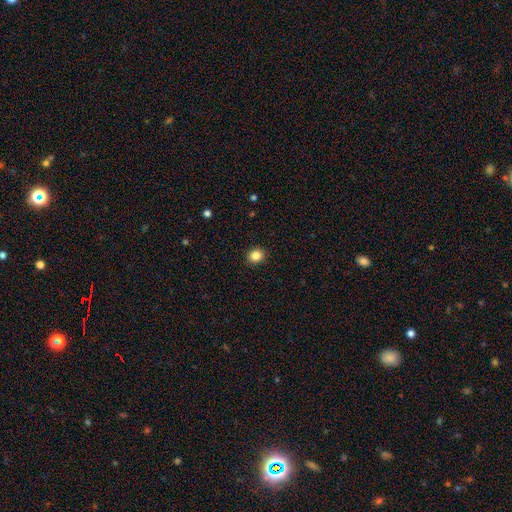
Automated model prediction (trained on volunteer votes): smooth_or_featured: smooth (p=0.85) [alt: star or artifact p=0.11]
how_rounded: round (p=0.74) [alt: in between p=0.25]
merging: none (p=0.92) [alt: minor disturbance p=0.06]